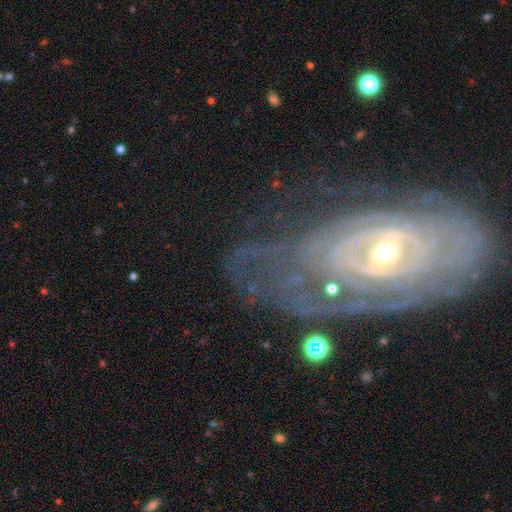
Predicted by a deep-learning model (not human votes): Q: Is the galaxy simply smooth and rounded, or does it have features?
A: featured or disk — 83%.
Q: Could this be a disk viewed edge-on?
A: no — 94%.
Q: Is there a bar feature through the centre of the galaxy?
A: no — 49%.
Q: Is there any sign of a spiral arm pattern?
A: yes — 88%.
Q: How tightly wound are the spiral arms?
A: tight — 76%.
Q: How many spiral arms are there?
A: can't tell — 42%.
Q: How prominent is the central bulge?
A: small — 54%.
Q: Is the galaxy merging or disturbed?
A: none — 57%.